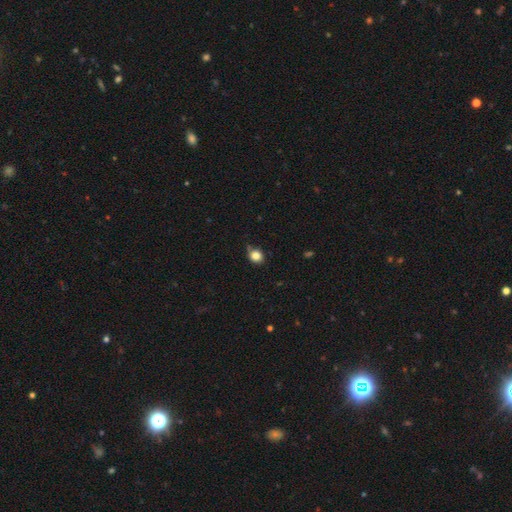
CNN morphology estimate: Overall: smooth (82%). How rounded: round (75%). Merging: none (67%).